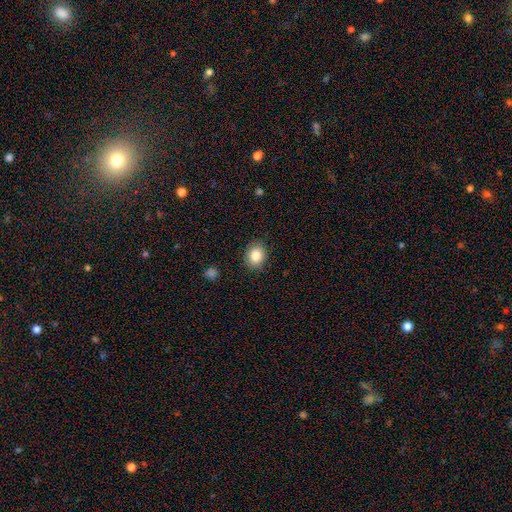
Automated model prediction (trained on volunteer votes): The model was most divided on "how rounded": round: 55%, in between: 44%, cigar-shaped: 1%. More confident: merging — none (85%); smooth or featured — smooth (85%).